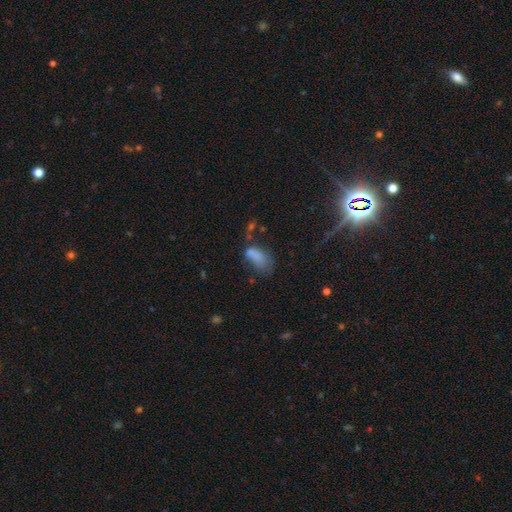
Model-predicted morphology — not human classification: The model was most divided on "merging": major disturbance: 38%, minor disturbance: 27%, none: 26%, merger: 9%. More confident: how rounded — in between (88%); smooth or featured — smooth (71%).